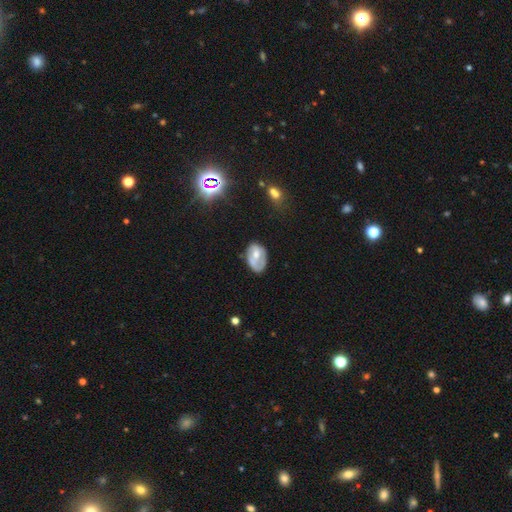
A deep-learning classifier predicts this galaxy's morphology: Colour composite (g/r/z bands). It shows a featured or disk galaxy (48%). Merging: none (47%).